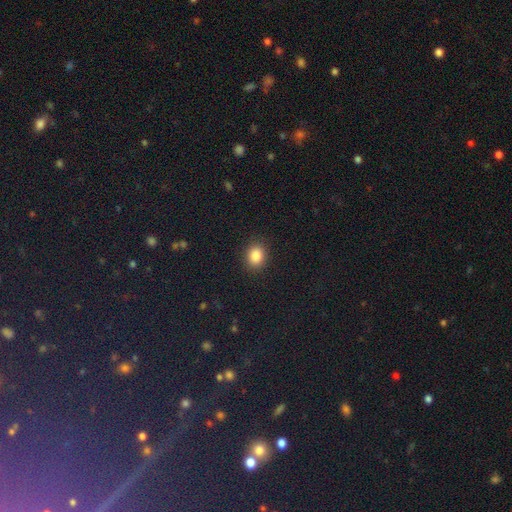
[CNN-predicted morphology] smooth-or-featured: smooth: 86% | star or artifact: 10% | featured or disk: 4%
  how-rounded: round: 52% | in between: 48% | cigar-shaped: 1%
  merging: none: 89% | minor disturbance: 7% | major disturbance: 3% | merger: 1%